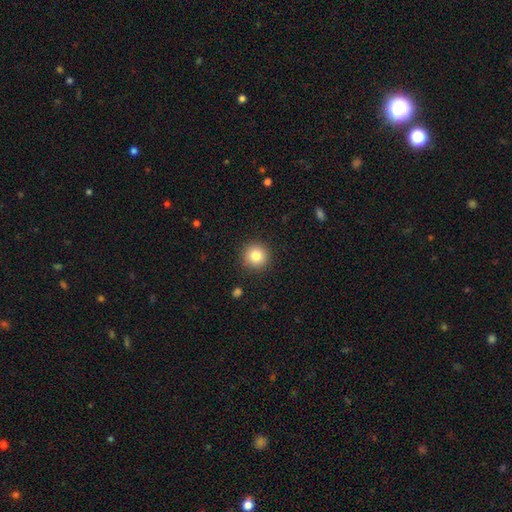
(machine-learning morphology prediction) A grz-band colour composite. It shows a smooth galaxy with no disk features (81%) that is round (95%). Merging: none (91%).